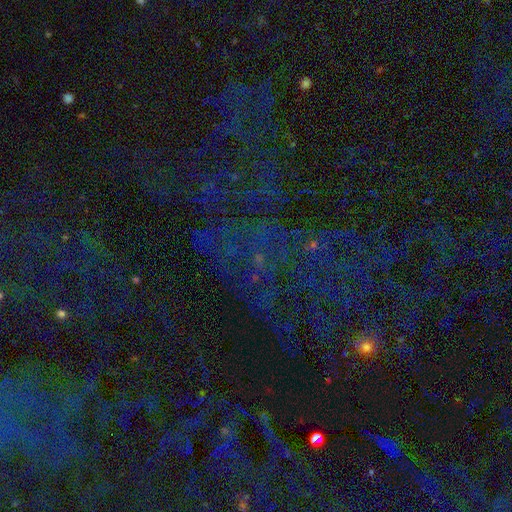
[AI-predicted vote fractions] Smooth or featured: star or artifact — 77% (smooth — 12%)